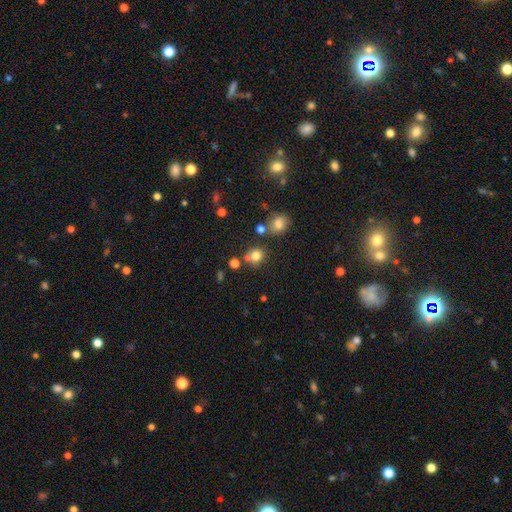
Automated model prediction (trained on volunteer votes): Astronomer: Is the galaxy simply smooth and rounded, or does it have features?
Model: smooth — 76%.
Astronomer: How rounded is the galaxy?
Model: round — 83%.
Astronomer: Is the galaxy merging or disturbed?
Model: none — 67%.